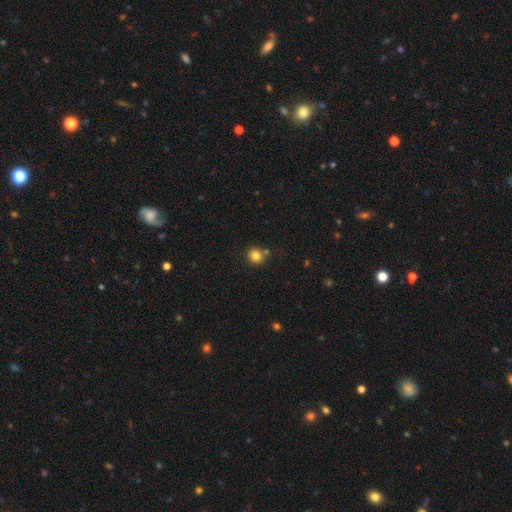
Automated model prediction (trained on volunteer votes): smooth_or_featured: smooth (p=0.82) [alt: star or artifact p=0.12]
how_rounded: round (p=0.88) [alt: in between p=0.11]
merging: none (p=0.75) [alt: merger p=0.12]